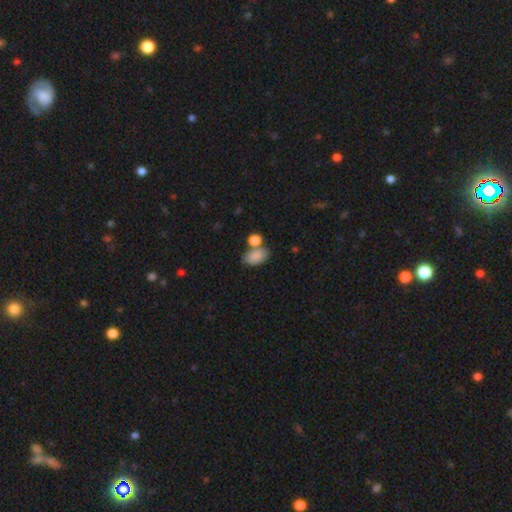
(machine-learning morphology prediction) The model was most divided on "merging": none: 51%, merger: 28%, minor disturbance: 15%, major disturbance: 6%. More confident: how rounded — in between (89%); smooth or featured — smooth (84%).